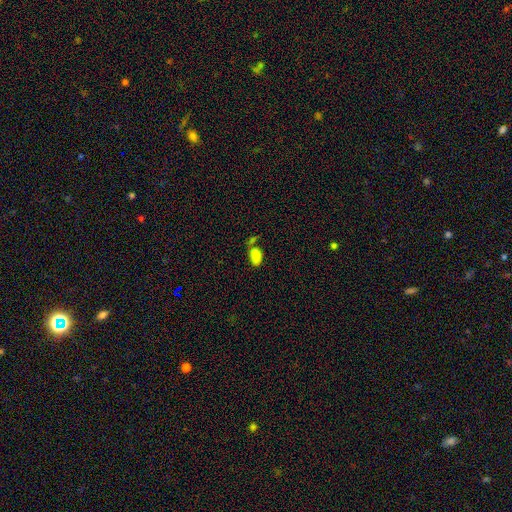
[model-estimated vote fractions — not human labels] Smooth or featured?
  - smooth: 84% *
  - star or artifact: 11%
  - featured or disk: 5%
How rounded?
  - in between: 93% *
  - round: 5%
  - cigar-shaped: 2%
Merging?
  - none: 48% *
  - merger: 28%
  - minor disturbance: 16%
  - major disturbance: 8%